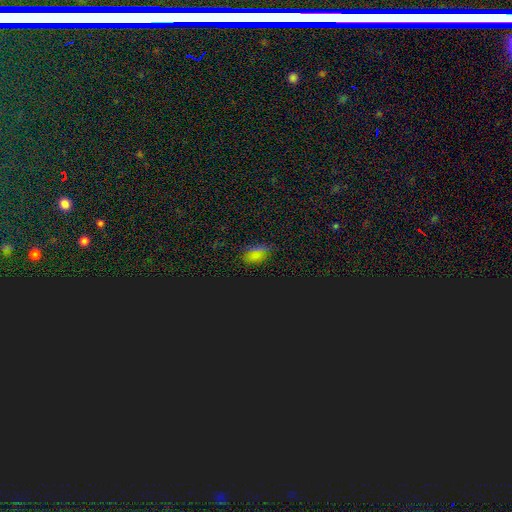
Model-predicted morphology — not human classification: smooth_or_featured: smooth (p=0.49) [alt: star or artifact p=0.45]
merging: none (p=0.80) [alt: minor disturbance p=0.12]